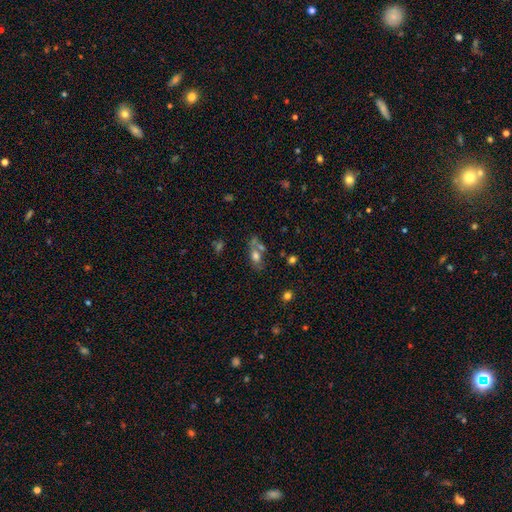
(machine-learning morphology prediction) Smooth or featured? Predicted: smooth (p=0.65). How rounded? Predicted: in between (p=0.80). Merging? Predicted: none (p=0.41).